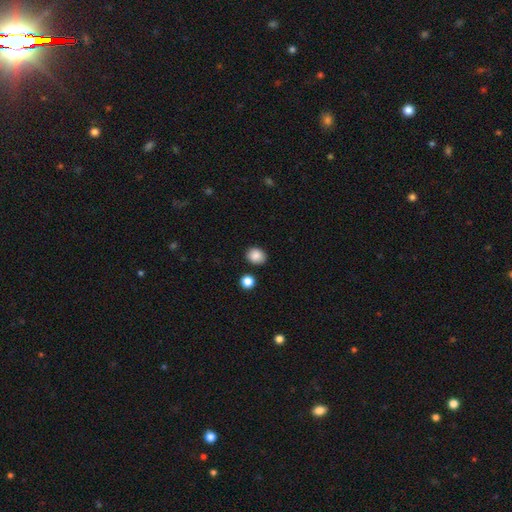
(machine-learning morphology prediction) A smooth galaxy with no disk features (87%) that is round (58%). Merging: none (86%).